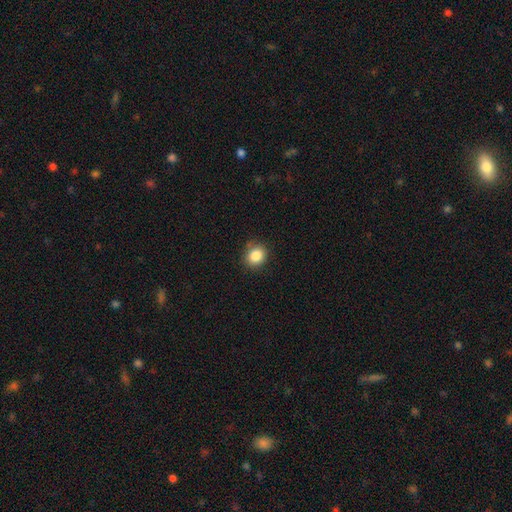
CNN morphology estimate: A smooth galaxy with no disk features (86%) that is round (69%). Merging: none (83%).